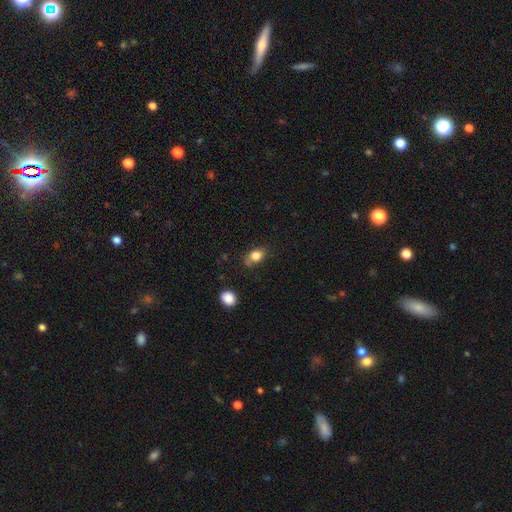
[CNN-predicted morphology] A smooth galaxy with no disk features (82%) that is in between round and cigar-shaped (68%).

Vote fractions:
- Smooth or featured? smooth: 82% / star or artifact: 10% / featured or disk: 8%
- How rounded? in between: 68% / round: 30% / cigar-shaped: 2%
- Merging? none: 68% / minor disturbance: 22% / merger: 5% / major disturbance: 5%